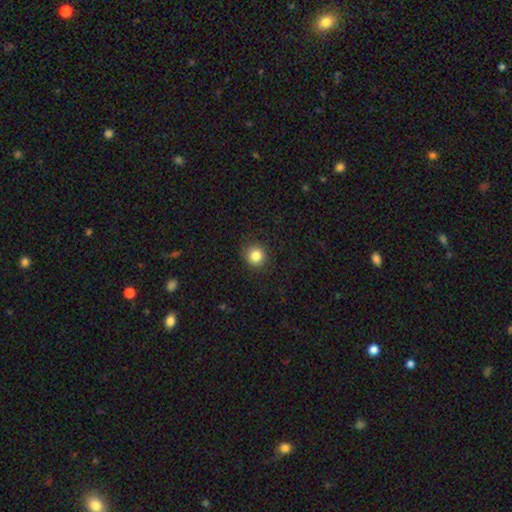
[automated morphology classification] A smooth galaxy with no disk features (84%) that is round (91%). Merging: none (90%).